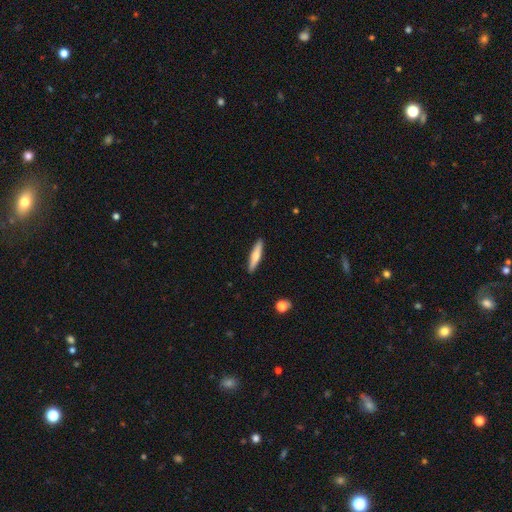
Q: Smooth or featured?
A: smooth (66%); runner-up: featured or disk (26%)
Q: How rounded?
A: cigar-shaped (96%); runner-up: in between (4%)
Q: Merging?
A: none (94%); runner-up: minor disturbance (3%)